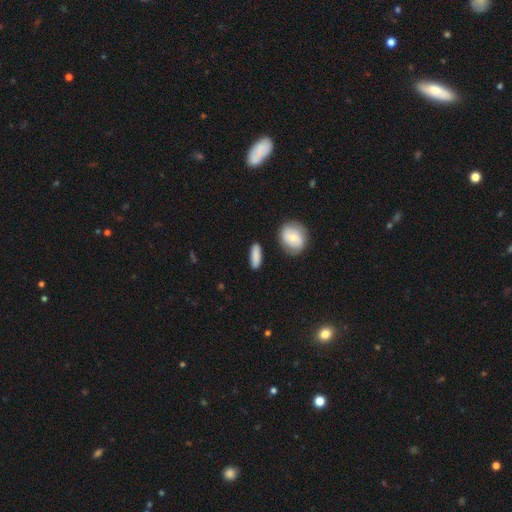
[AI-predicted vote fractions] smooth 83%, featured or disk 11%, star or artifact 6%. Down the decision tree: how rounded — in between (56%); merging — none (83%).